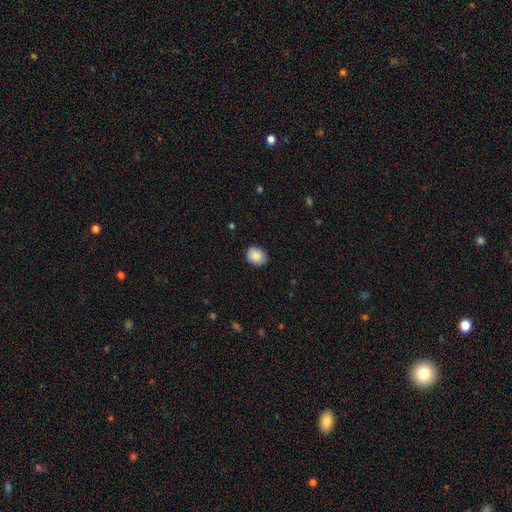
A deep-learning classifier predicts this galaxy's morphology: type=smooth (88%); roundness=round (54%); merging=none (85%).